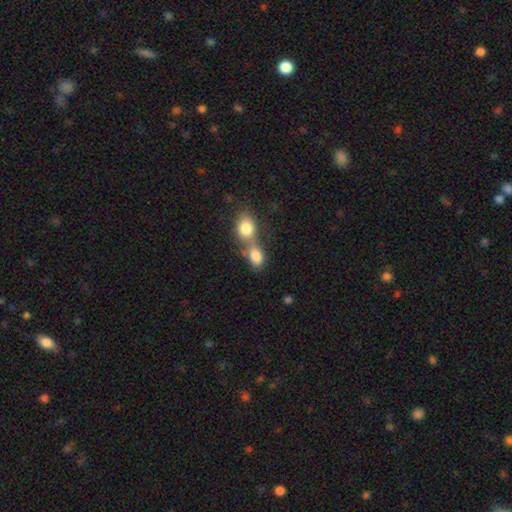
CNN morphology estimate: Smooth or featured? smooth (82%)
How rounded? in between (72%)
Merging? merger (66%)